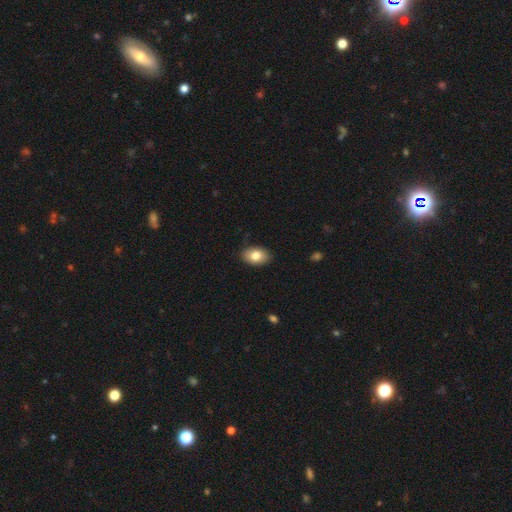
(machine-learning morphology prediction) Smooth or featured? smooth (82%)
How rounded? in between (87%)
Merging? none (88%)